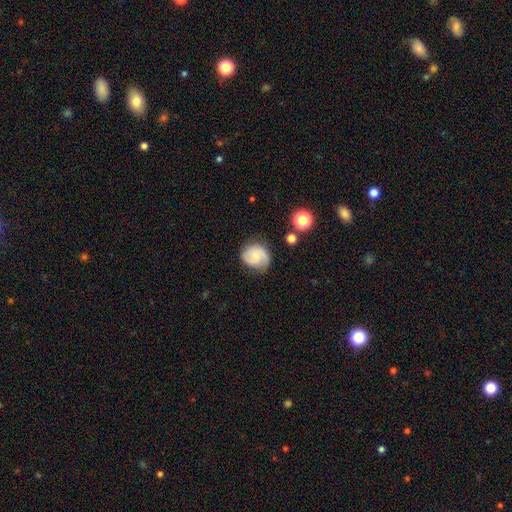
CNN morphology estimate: This appears to be a featured or disk galaxy (55%) with no bar (69%), spiral arms (88%) and a small central bulge (54%). Merging: none (68%).